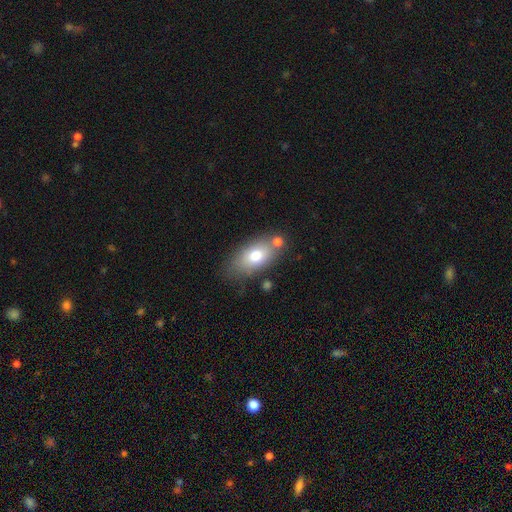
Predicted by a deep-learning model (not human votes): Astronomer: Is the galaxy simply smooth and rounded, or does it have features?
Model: smooth — 73%.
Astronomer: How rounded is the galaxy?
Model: in between — 87%.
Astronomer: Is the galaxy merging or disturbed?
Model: none — 64%.